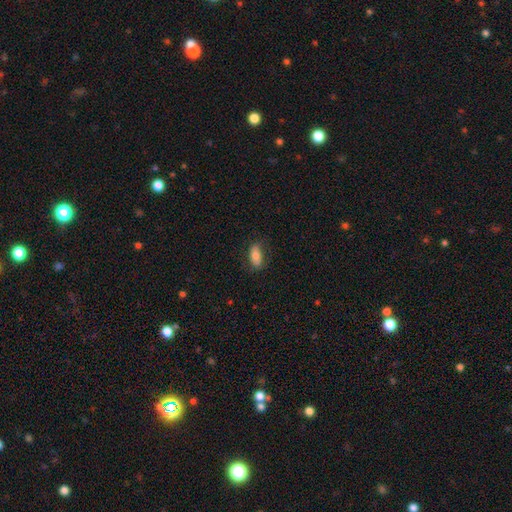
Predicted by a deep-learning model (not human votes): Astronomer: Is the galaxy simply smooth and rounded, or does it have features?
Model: smooth — 76%.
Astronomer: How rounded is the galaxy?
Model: in between — 86%.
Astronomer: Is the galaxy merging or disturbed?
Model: none — 75%.